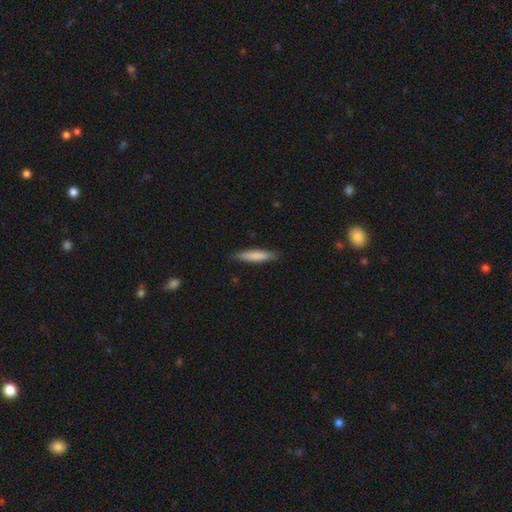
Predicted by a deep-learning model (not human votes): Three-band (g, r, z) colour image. It shows a smooth galaxy with no disk features (79%) that is cigar-shaped (86%). Merging: none (88%).